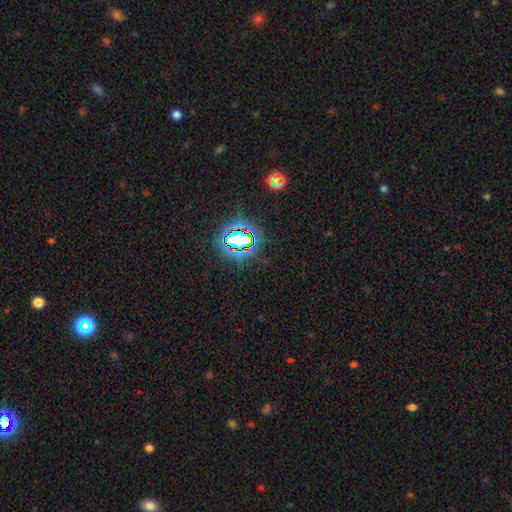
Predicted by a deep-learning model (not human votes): Smooth or featured: star or artifact — 79% (smooth — 13%)